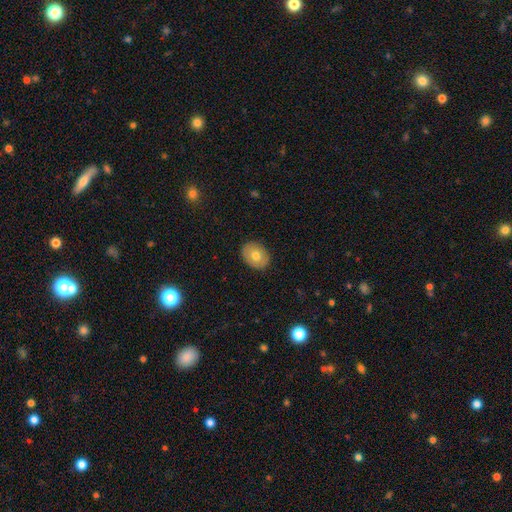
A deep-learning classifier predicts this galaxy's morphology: This is likely a smooth galaxy (68%). How rounded: possibly in between (58%). Merging: clearly none (87%).